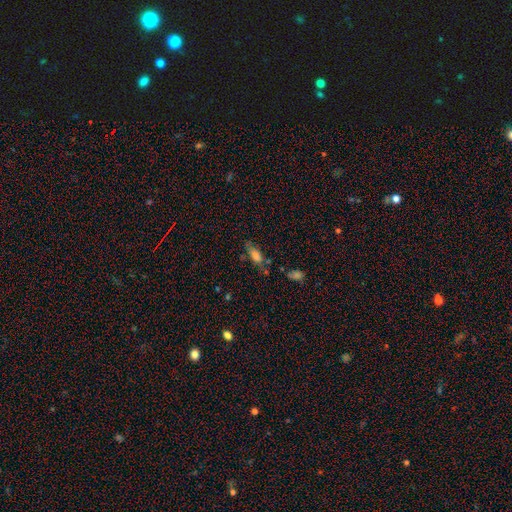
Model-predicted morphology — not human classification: smooth 70%, featured or disk 18%, star or artifact 12%. Down the decision tree: how rounded — in between (68%); merging — none (58%).